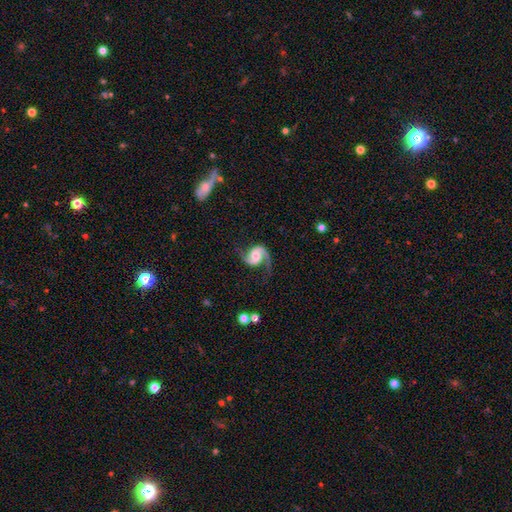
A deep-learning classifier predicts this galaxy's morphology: The model was most divided on "spiral winding": medium: 50%, loose: 37%, tight: 13%. More confident: edge-on disk — no (98%); spiral arms — yes (98%); spiral arm count — 2 (91%); smooth or featured — featured or disk (91%); merging — none (73%); bulge size — moderate (54%); bar — no (53%).